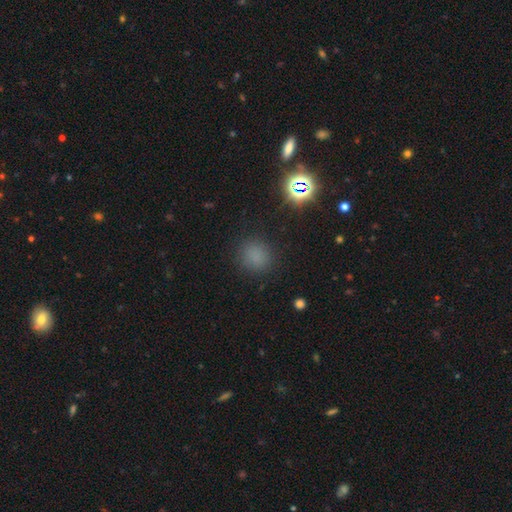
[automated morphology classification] Smooth or featured? Predicted: smooth (p=0.74). How rounded? Predicted: round (p=0.87). Merging? Predicted: none (p=0.86).